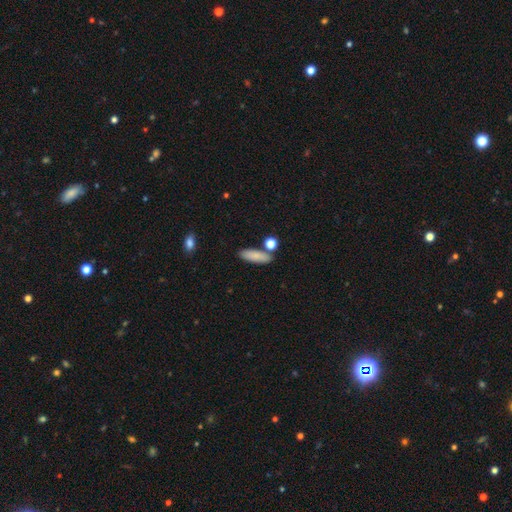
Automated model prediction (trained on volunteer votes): Smooth or featured? Predicted: smooth (p=0.84). How rounded? Predicted: in between (p=0.53). Merging? Predicted: none (p=0.77).